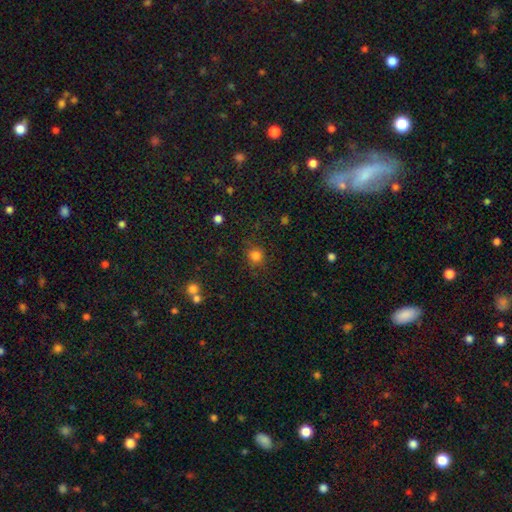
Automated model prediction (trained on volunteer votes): smooth_or_featured: smooth (p=0.80) [alt: star or artifact p=0.14]
how_rounded: round (p=0.89) [alt: in between p=0.10]
merging: none (p=0.82) [alt: minor disturbance p=0.12]